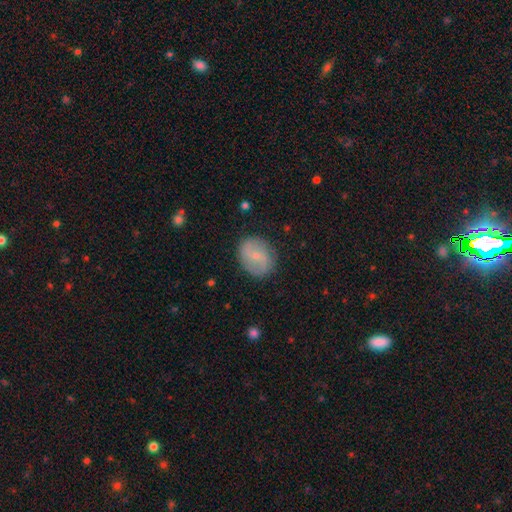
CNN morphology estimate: Smooth or featured? featured or disk (46%, tied with smooth)
Merging? none (84%)